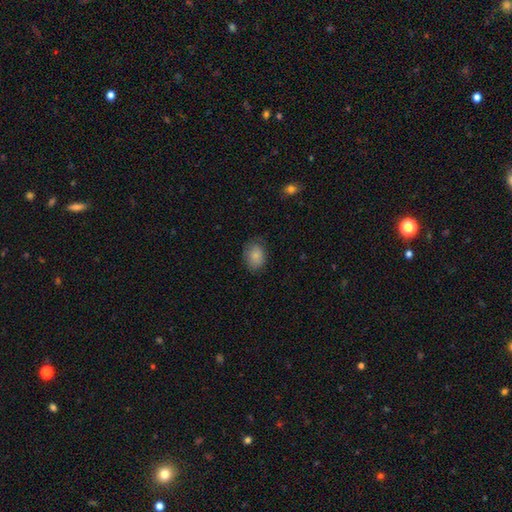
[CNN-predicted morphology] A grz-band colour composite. It shows a smooth galaxy with no disk features (83%) that is in between round and cigar-shaped (70%). Merging: none (73%).